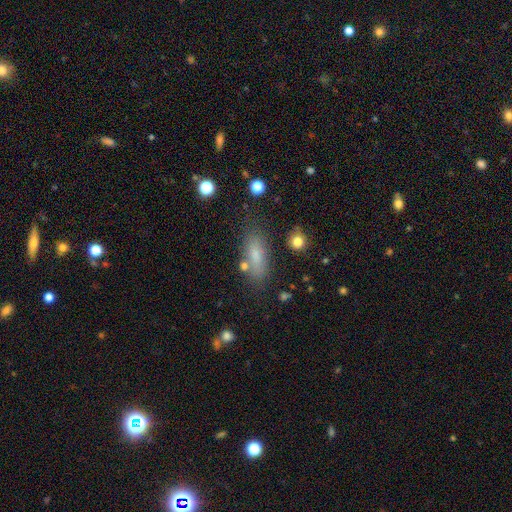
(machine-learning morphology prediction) A smooth galaxy with no disk features (75%) that is in between round and cigar-shaped (70%). Merging: none (72%).